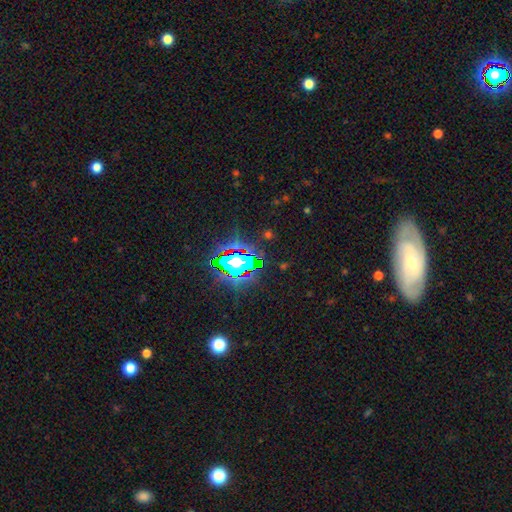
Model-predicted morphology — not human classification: type=star or artifact (67%).